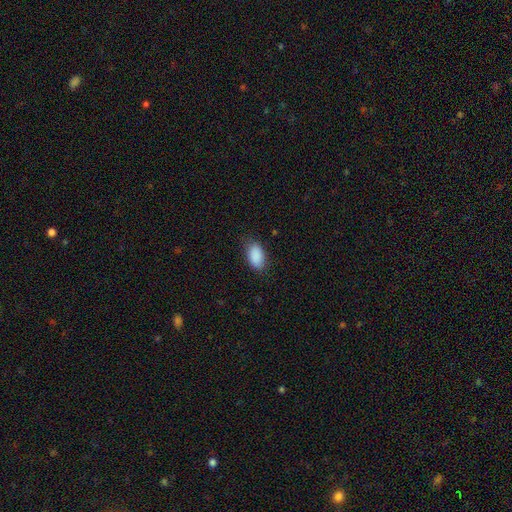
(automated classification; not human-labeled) smooth 90%, star or artifact 7%, featured or disk 3%. Down the decision tree: how rounded — in between (93%); merging — none (80%).